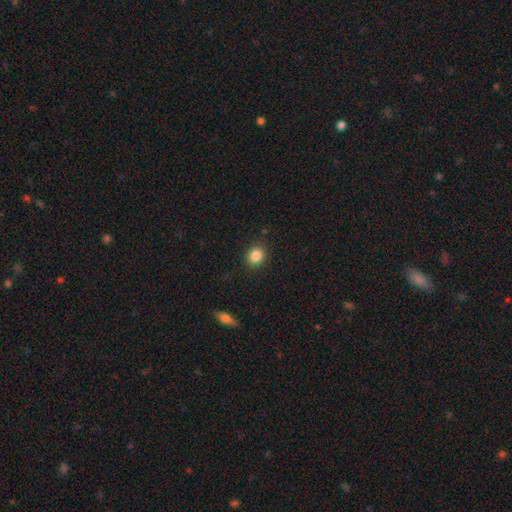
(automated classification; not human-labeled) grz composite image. It shows a smooth galaxy with no disk features (85%) that is round (64%). Merging: none (88%).